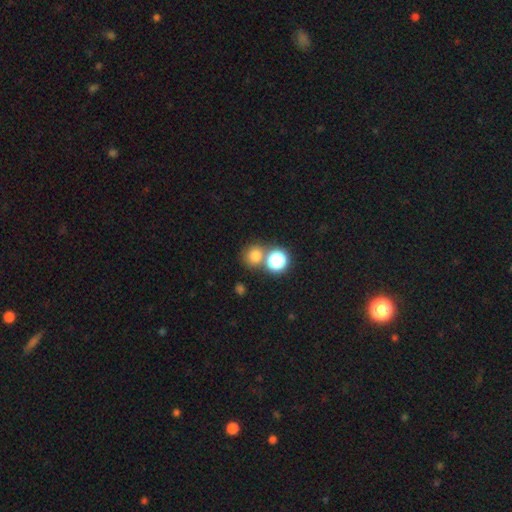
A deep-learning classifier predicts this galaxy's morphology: Overall: smooth (73%). How rounded: round (84%). Merging: none (63%; merger 25%).